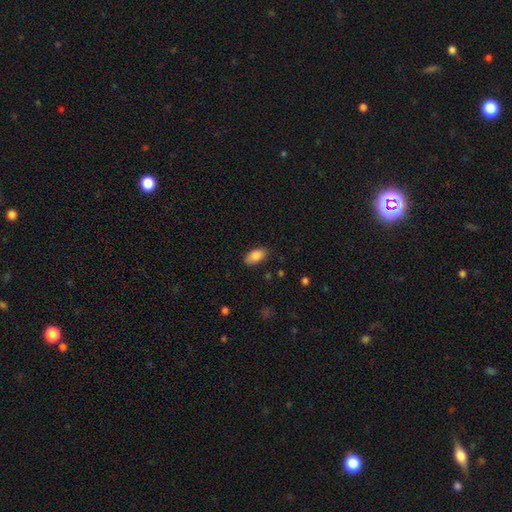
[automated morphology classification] Smooth or featured? Predicted: smooth (p=0.87). How rounded? Predicted: in between (p=0.93). Merging? Predicted: none (p=0.84).